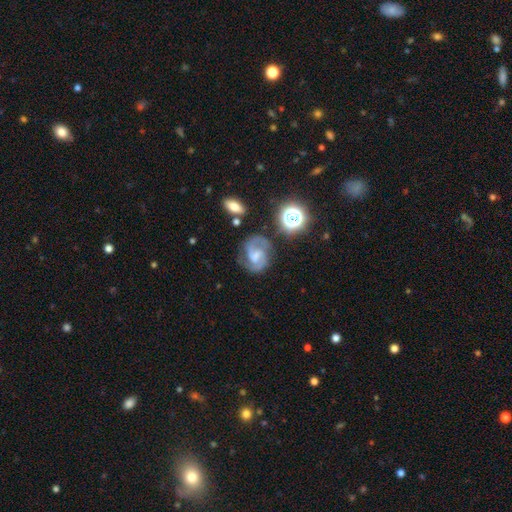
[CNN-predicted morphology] A featured or disk galaxy (80%) with a weak bar (56%), 2 (86%) medium (56%) spiral arms (96%) and a small central bulge (34%). Merging: none (67%).